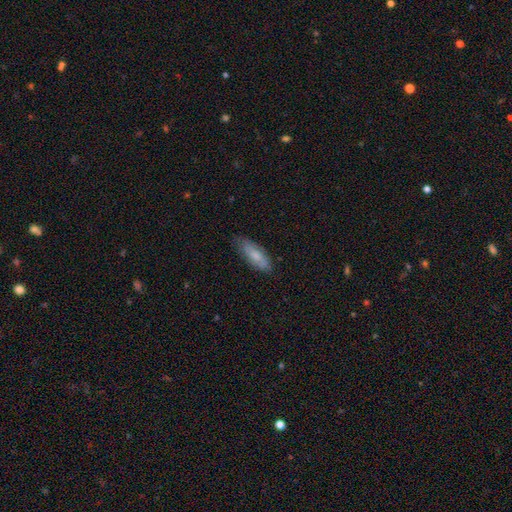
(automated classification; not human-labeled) Morphology: type=smooth (73%); roundness=in between (65%); merging=none (78%).